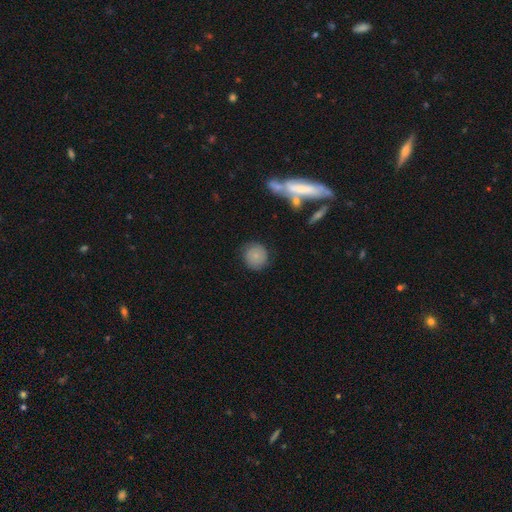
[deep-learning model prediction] Q: Smooth or featured?
A: smooth (76%); runner-up: featured or disk (15%)
Q: How rounded?
A: round (91%); runner-up: in between (8%)
Q: Merging?
A: none (81%); runner-up: minor disturbance (13%)